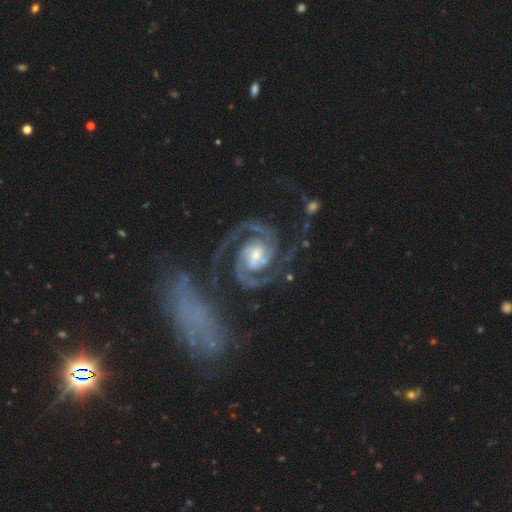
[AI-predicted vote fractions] This appears to be a featured or disk galaxy (94%) with a weak bar (39%), 2 (81%) tight (46%, tied with medium) spiral arms (99%) and a moderate central bulge (54%). Merging: none (70%).